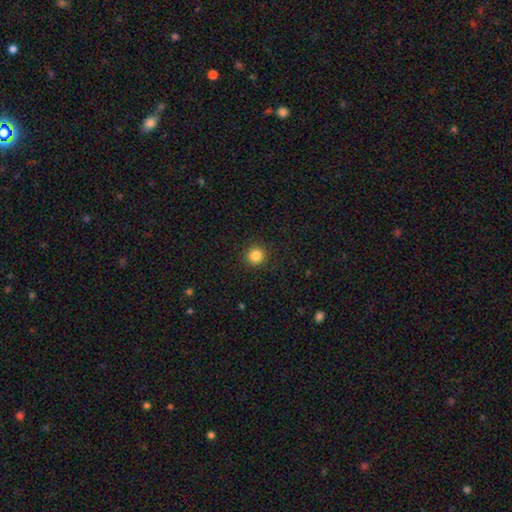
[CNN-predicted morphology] Smooth or featured: smooth — 85% (star or artifact — 11%)
How rounded: round — 94% (in between — 5%)
Merging: none — 92% (minor disturbance — 5%)